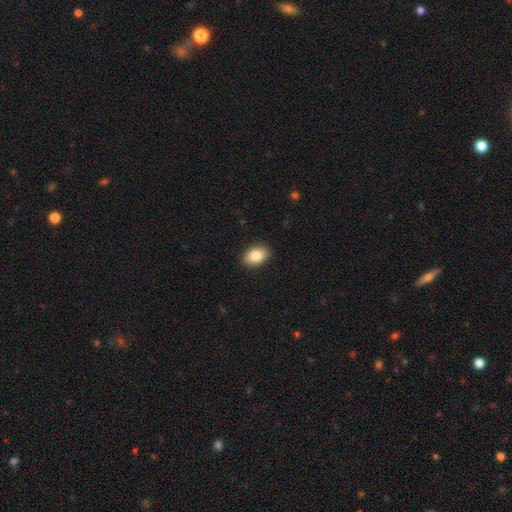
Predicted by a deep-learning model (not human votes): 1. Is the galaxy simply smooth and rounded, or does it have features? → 86% smooth, 8% star or artifact, 7% featured or disk.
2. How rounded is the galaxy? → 85% in between, 14% round, 1% cigar-shaped.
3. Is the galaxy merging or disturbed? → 89% none, 8% minor disturbance, 2% major disturbance, 1% merger.